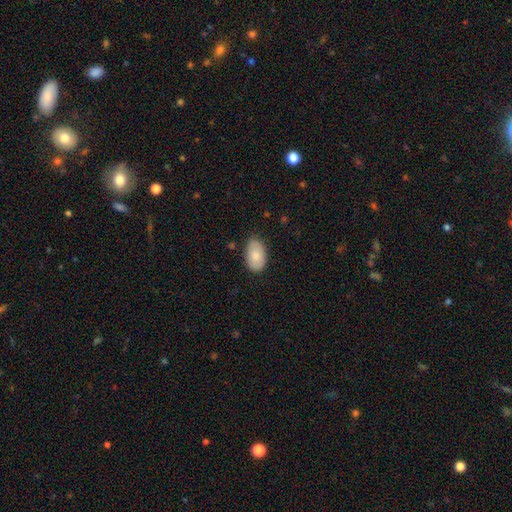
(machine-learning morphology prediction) Smooth or featured? Predicted: smooth (p=0.81). How rounded? Predicted: in between (p=0.94). Merging? Predicted: none (p=0.79).